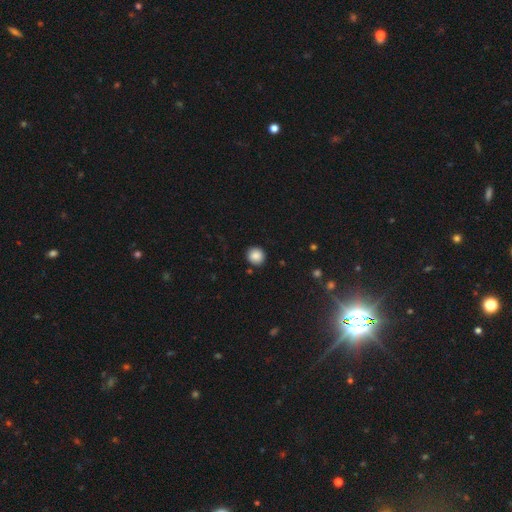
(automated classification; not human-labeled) Smooth or featured? Predicted: smooth (p=0.87). How rounded? Predicted: round (p=0.91). Merging? Predicted: none (p=0.90).